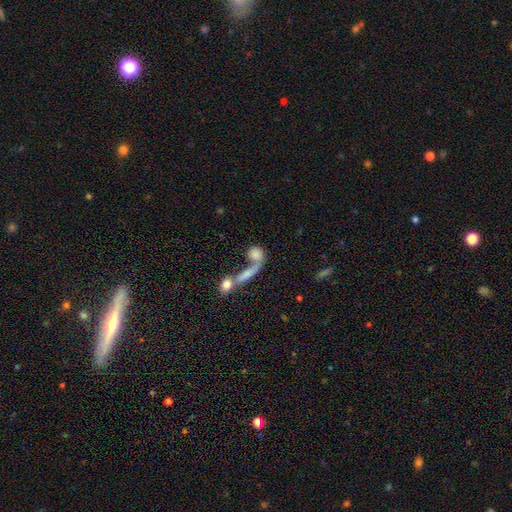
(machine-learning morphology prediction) Q: Smooth or featured?
A: smooth (71%); runner-up: featured or disk (19%)
Q: How rounded?
A: round (44%); runner-up: in between (31%)
Q: Merging?
A: merger (45%); runner-up: none (35%)